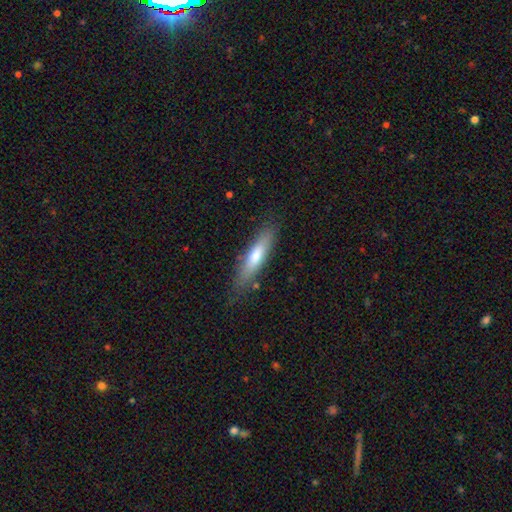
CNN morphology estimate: This appears to be a smooth galaxy with no disk features (63%) that is cigar-shaped (81%). Merging: none (82%).